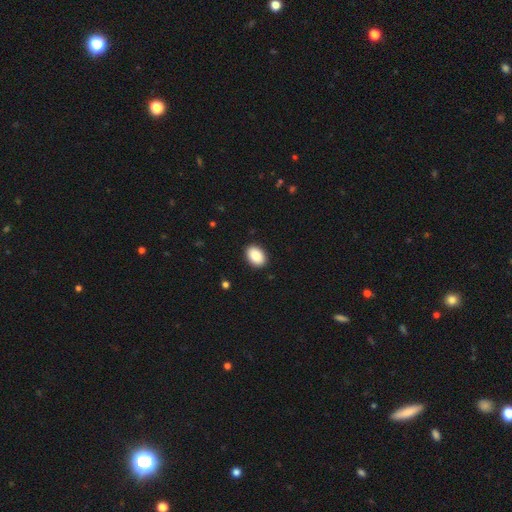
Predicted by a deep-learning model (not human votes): Smooth or featured: smooth — 89% (star or artifact — 7%)
How rounded: in between — 84% (round — 15%)
Merging: none — 90% (minor disturbance — 7%)